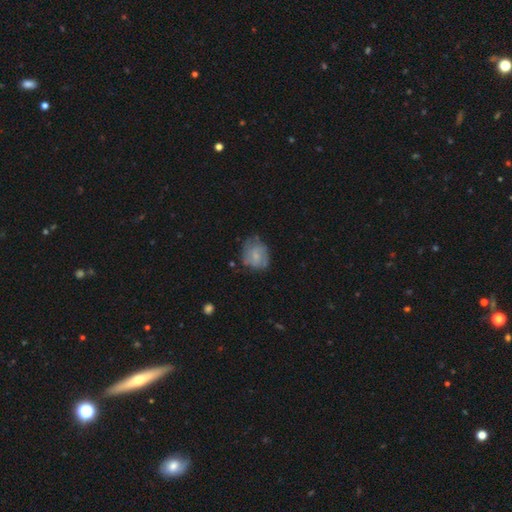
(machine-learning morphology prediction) type=smooth (55%); roundness=round (66%); merging=none (56%).